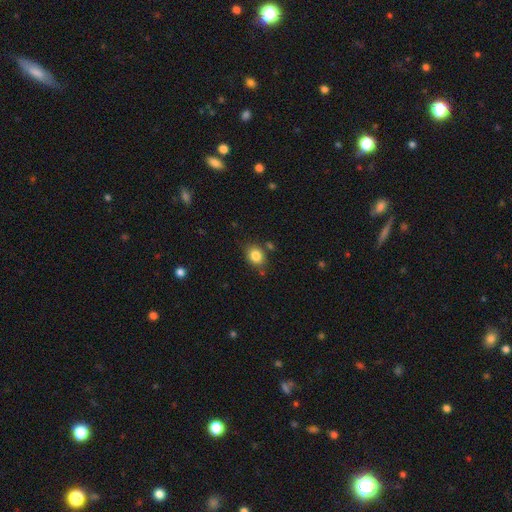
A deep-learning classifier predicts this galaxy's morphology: A smooth galaxy with no disk features (83%) that is round (51%).

Vote fractions:
- Smooth or featured? smooth: 83% / star or artifact: 10% / featured or disk: 7%
- How rounded? round: 51% / in between: 48% / cigar-shaped: 1%
- Merging? none: 77% / minor disturbance: 14% / merger: 6% / major disturbance: 4%